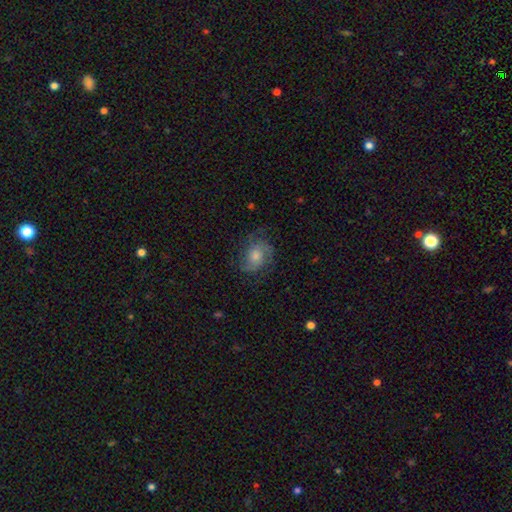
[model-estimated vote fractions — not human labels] Smooth or featured?
  - featured or disk: 62% *
  - smooth: 27%
  - star or artifact: 10%
Edge-on disk?
  - no: 97% *
  - yes: 3%
Bar?
  - no: 72% *
  - weak: 24%
  - strong: 4%
Spiral arms?
  - yes: 91% *
  - no: 9%
Spiral winding?
  - medium: 46% *
  - tight: 35%
  - loose: 20%
Spiral arm count?
  - 2: 47% *
  - can't tell: 21%
  - 3: 20%
  - 1: 5%
  - 4: 4%
  - more than 4: 3%
Bulge size?
  - moderate: 55% *
  - small: 24%
  - large: 14%
  - none: 5%
  - dominant: 2%
Merging?
  - none: 71% *
  - minor disturbance: 18%
  - major disturbance: 10%
  - merger: 1%